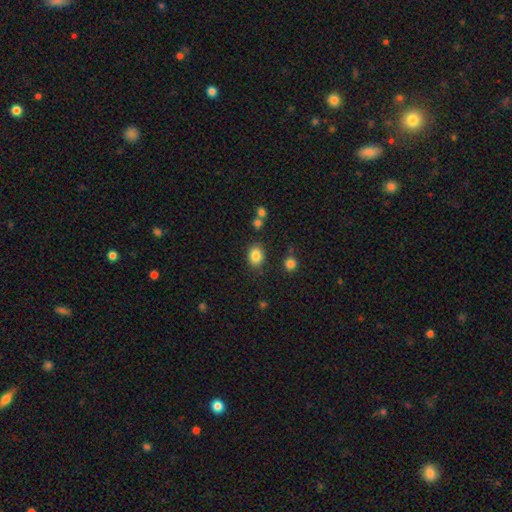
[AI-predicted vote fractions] smooth-or-featured: smooth: 84% | star or artifact: 10% | featured or disk: 6%
  how-rounded: in between: 57% | round: 42% | cigar-shaped: 1%
  merging: none: 82% | minor disturbance: 11% | merger: 4% | major disturbance: 3%